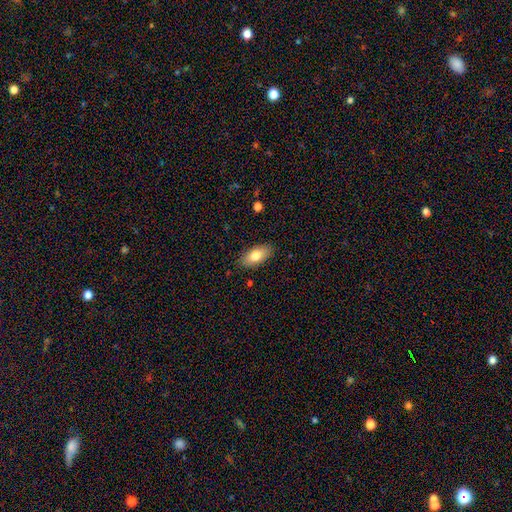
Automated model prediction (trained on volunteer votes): smooth_or_featured: smooth (p=0.78) [alt: featured or disk p=0.16]
how_rounded: in between (p=0.89) [alt: cigar-shaped p=0.08]
merging: none (p=0.86) [alt: minor disturbance p=0.10]